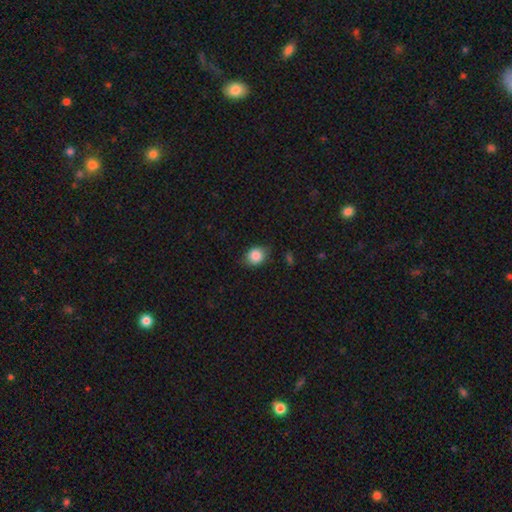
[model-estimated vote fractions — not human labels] Morphology: type=smooth (84%); roundness=in between (51%); merging=none (76%).